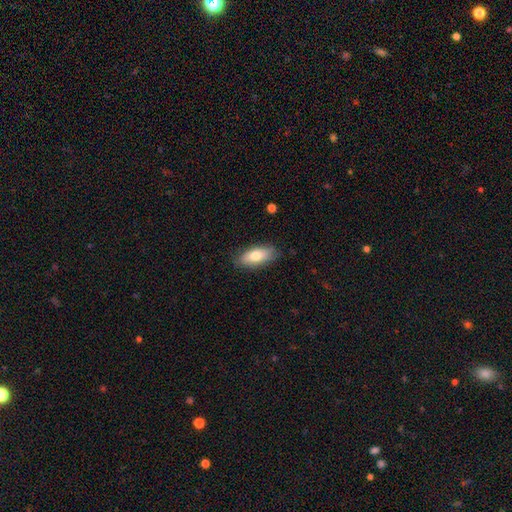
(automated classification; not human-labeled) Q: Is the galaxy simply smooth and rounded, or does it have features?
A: smooth — 75%.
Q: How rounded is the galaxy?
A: in between — 85%.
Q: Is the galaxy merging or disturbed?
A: none — 82%.